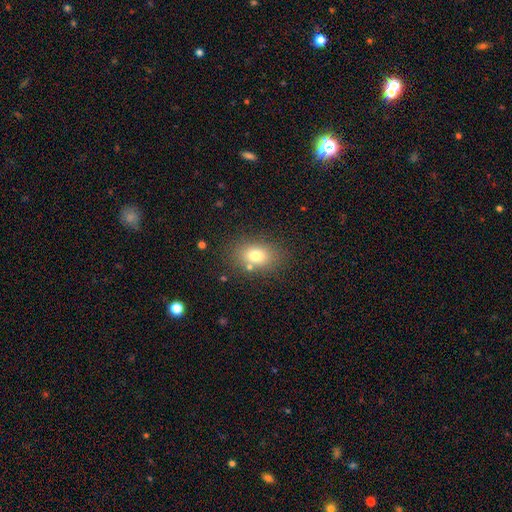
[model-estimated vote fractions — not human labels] Overall: smooth (76%). How rounded: in between (73%). Merging: none (78%).